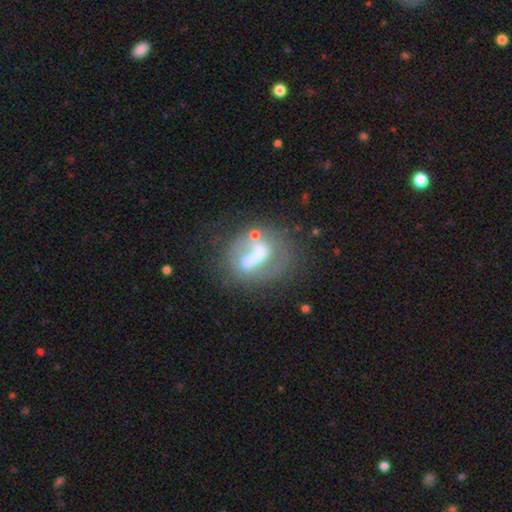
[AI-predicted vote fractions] This is possibly a featured or disk galaxy (60%). It is clearly not viewed edge-on (95%). Bar: possibly strong (47%). Spiral arm pattern: possibly yes (52%). Central bulge: marginally moderate (29%). Merging: marginally none (44%).